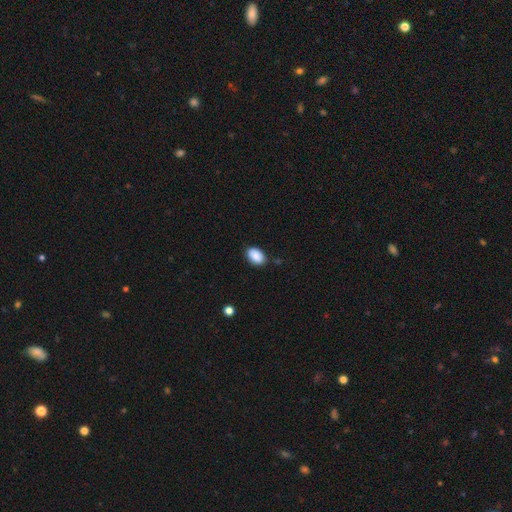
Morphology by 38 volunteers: Q: Smooth or featured?
A: smooth (92%); runner-up: featured or disk (5%)
Q: How rounded?
A: in between (83%); runner-up: round (17%)
Q: Merging?
A: none (81%); runner-up: minor disturbance (11%)